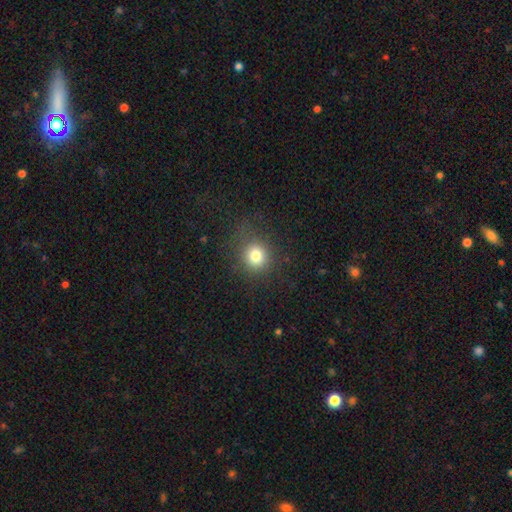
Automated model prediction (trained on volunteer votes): A smooth galaxy with no disk features (78%) that is round (87%).

Vote fractions:
- Smooth or featured? smooth: 78% / star or artifact: 14% / featured or disk: 8%
- How rounded? round: 87% / in between: 12% / cigar-shaped: 1%
- Merging? none: 80% / minor disturbance: 12% / major disturbance: 7% / merger: 1%